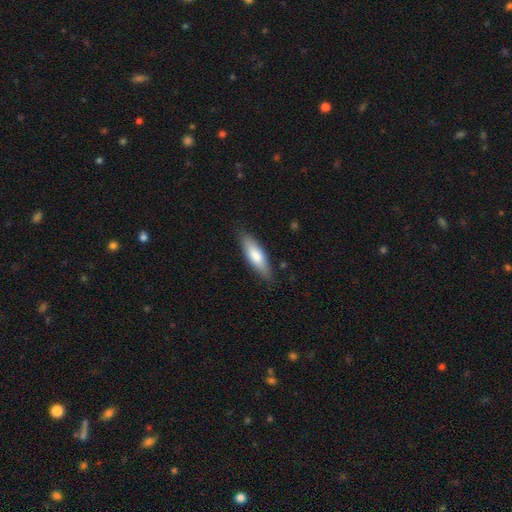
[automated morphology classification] type=smooth (75%); roundness=cigar-shaped (51%); merging=none (83%).